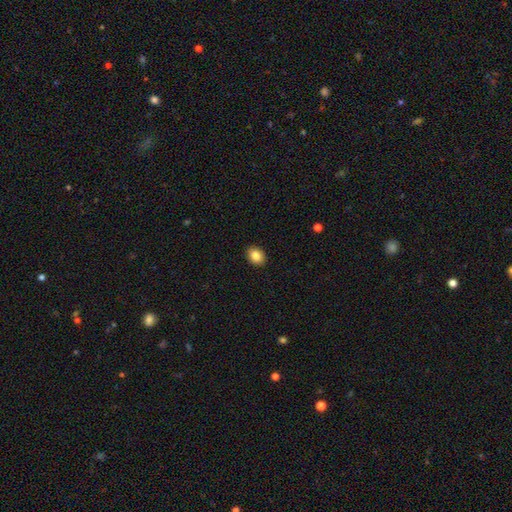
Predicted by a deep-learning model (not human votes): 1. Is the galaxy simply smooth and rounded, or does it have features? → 85% smooth, 9% star or artifact, 6% featured or disk.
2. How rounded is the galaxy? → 55% in between, 44% round, 1% cigar-shaped.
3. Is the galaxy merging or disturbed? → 92% none, 6% minor disturbance, 2% major disturbance, 1% merger.